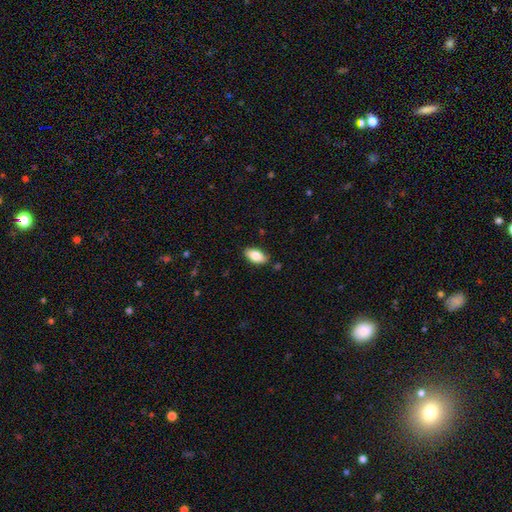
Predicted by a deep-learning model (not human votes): Smooth or featured: smooth — 83% (featured or disk — 11%)
How rounded: in between — 92% (cigar-shaped — 5%)
Merging: none — 86% (minor disturbance — 11%)